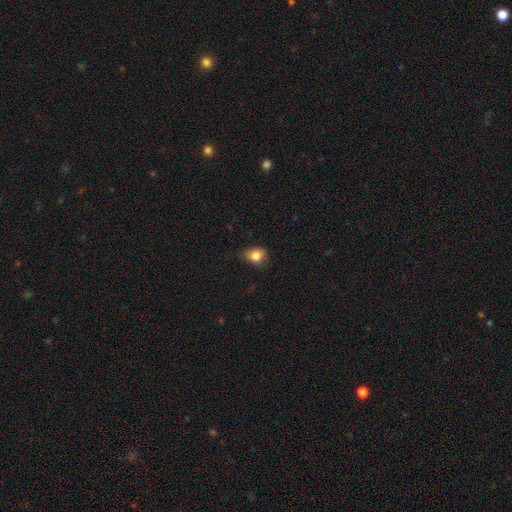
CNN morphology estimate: Smooth or featured?
  - smooth: 83% *
  - star or artifact: 10%
  - featured or disk: 7%
How rounded?
  - in between: 51% *
  - round: 48%
  - cigar-shaped: 1%
Merging?
  - none: 63% *
  - minor disturbance: 29%
  - major disturbance: 7%
  - merger: 1%